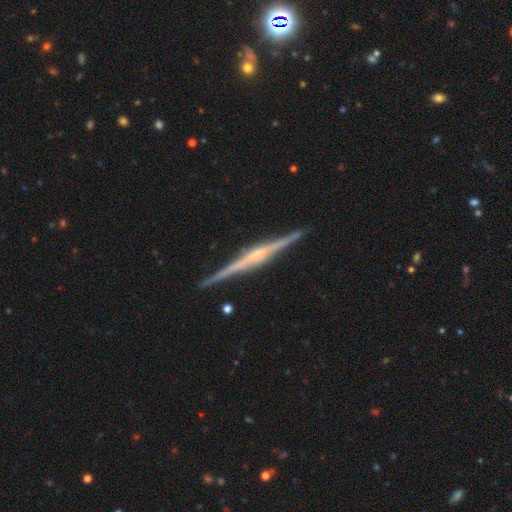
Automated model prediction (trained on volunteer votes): Q: Smooth or featured?
A: featured or disk (87%); runner-up: smooth (9%)
Q: Edge-on disk?
A: yes (99%); runner-up: no (1%)
Q: Edge-on bulge?
A: rounded (54%); runner-up: boxy (28%)
Q: Merging?
A: none (91%); runner-up: minor disturbance (6%)